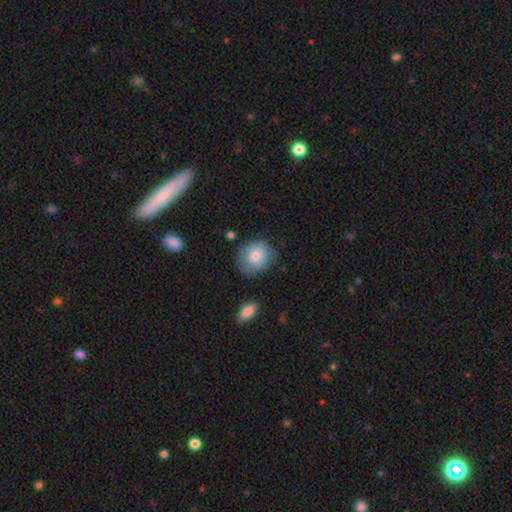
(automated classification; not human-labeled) This appears to be a smooth galaxy with no disk features (74%) that is round (66%). Merging: none (69%).